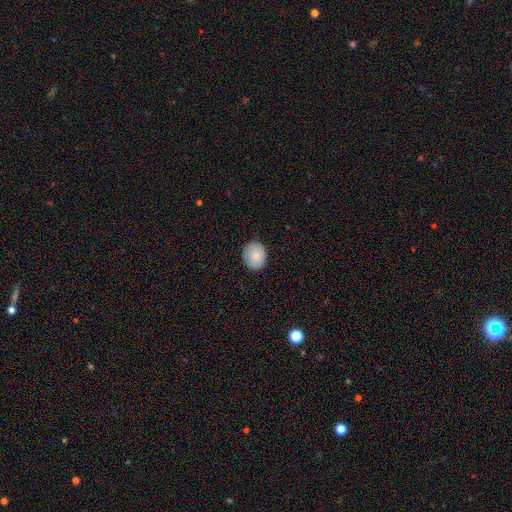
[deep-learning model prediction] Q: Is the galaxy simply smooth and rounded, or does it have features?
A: smooth — 83%.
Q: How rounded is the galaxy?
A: round — 57%.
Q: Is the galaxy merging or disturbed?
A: none — 87%.